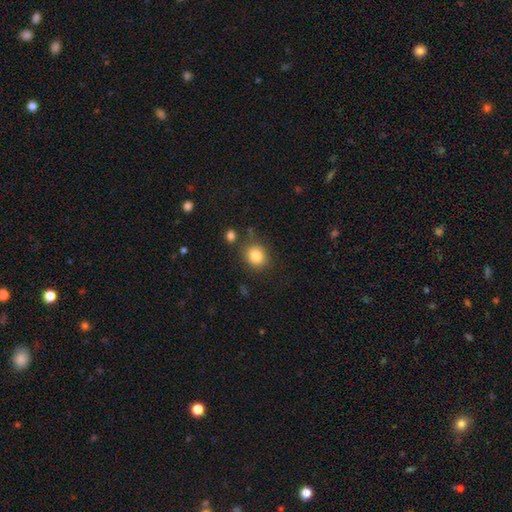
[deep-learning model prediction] A smooth galaxy with no disk features (83%) that is round (76%). Merging: none (79%).